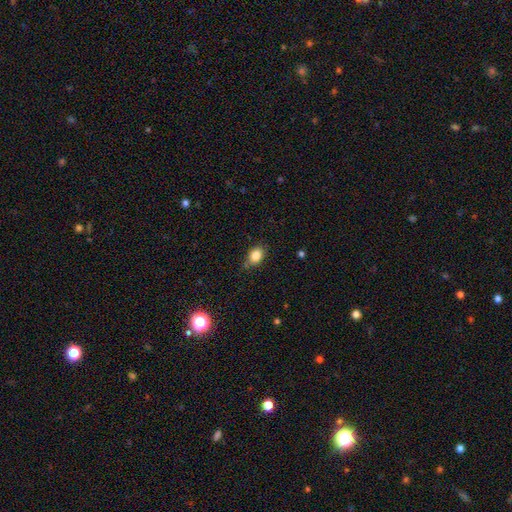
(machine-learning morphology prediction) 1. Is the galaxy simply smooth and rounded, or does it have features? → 84% smooth, 10% star or artifact, 6% featured or disk.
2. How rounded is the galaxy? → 71% in between, 28% round, 1% cigar-shaped.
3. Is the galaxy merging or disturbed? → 77% none, 18% minor disturbance, 3% major disturbance, 2% merger.